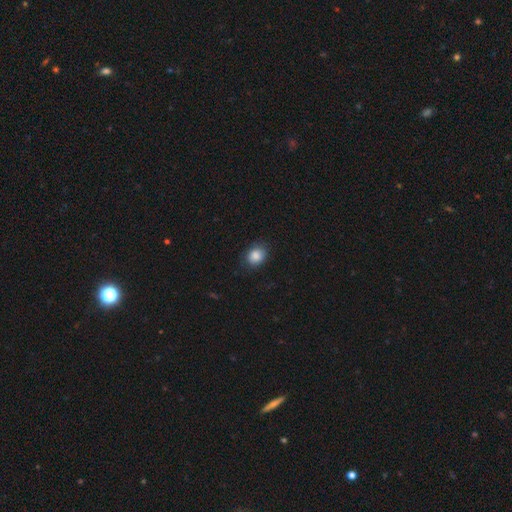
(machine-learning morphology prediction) Smooth or featured?
  - smooth: 86% *
  - star or artifact: 8%
  - featured or disk: 6%
How rounded?
  - round: 51% *
  - in between: 48%
  - cigar-shaped: 1%
Merging?
  - none: 79% *
  - minor disturbance: 16%
  - major disturbance: 4%
  - merger: 1%